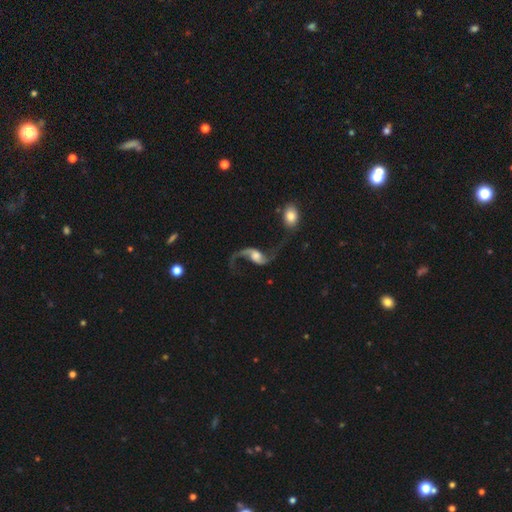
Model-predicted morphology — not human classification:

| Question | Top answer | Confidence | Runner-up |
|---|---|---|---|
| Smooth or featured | featured or disk | 88% | smooth (6%) |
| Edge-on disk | no | 96% | yes (4%) |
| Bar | no | 50% | weak (35%) |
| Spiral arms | yes | 96% | no (4%) |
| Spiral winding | loose | 90% | medium (8%) |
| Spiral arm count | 2 | 92% | 1 (4%) |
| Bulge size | moderate | 42% | small (23%) |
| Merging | none | 58% | major disturbance (17%) |